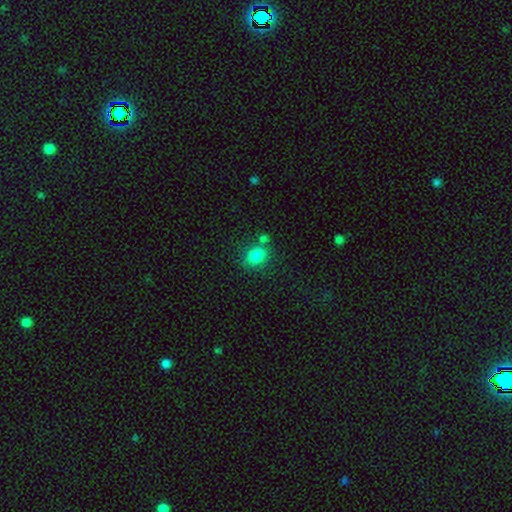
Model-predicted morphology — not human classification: A smooth galaxy with no disk features (84%) that is in between round and cigar-shaped (56%). Merging: none (64%).